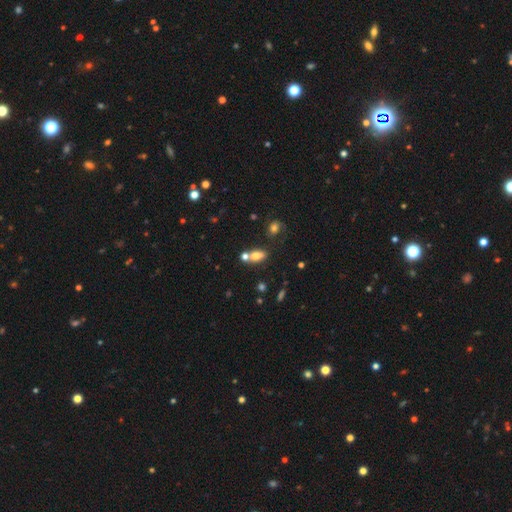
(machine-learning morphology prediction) Smooth or featured?
  - smooth: 74% *
  - featured or disk: 14%
  - star or artifact: 12%
How rounded?
  - in between: 78% *
  - round: 15%
  - cigar-shaped: 7%
Merging?
  - none: 45% *
  - merger: 39%
  - minor disturbance: 12%
  - major disturbance: 5%